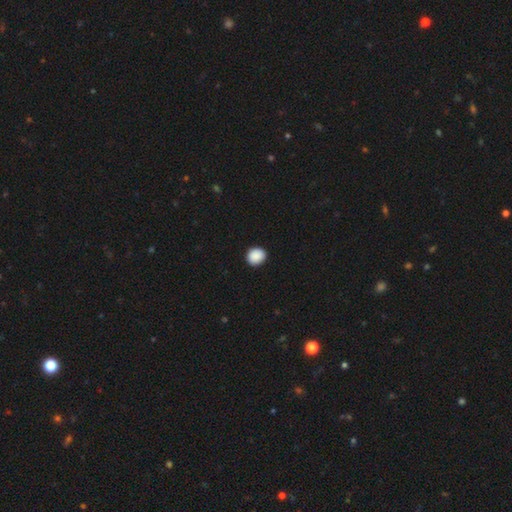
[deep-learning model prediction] Q: Smooth or featured?
A: smooth (90%); runner-up: star or artifact (8%)
Q: How rounded?
A: round (72%); runner-up: in between (27%)
Q: Merging?
A: none (90%); runner-up: minor disturbance (7%)